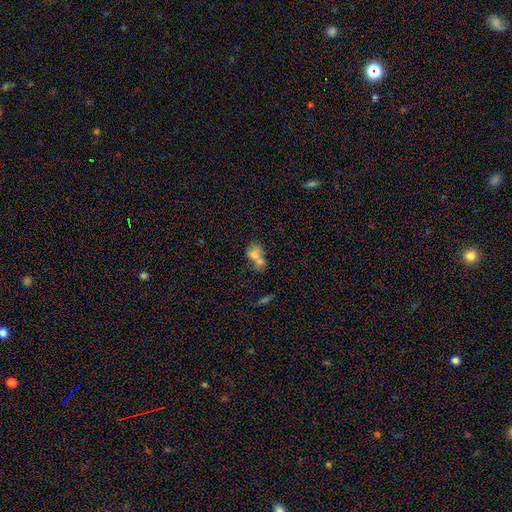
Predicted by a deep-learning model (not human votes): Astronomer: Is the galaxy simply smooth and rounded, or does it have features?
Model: smooth — 69%.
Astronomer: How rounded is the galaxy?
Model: in between — 57% (runner-up: round, 41%).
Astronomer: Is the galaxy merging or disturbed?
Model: merger — 55%.